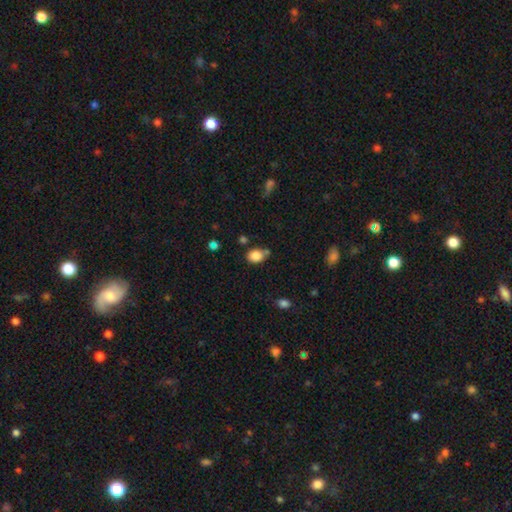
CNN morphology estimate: This appears to be a smooth galaxy with no disk features (85%) that is in between round and cigar-shaped (57%). Merging: none (61%).